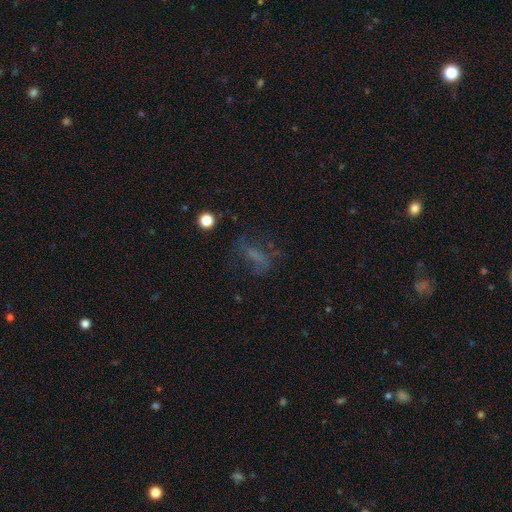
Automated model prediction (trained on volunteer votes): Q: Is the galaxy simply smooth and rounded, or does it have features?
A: smooth — 42%.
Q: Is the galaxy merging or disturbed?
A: none — 50%.